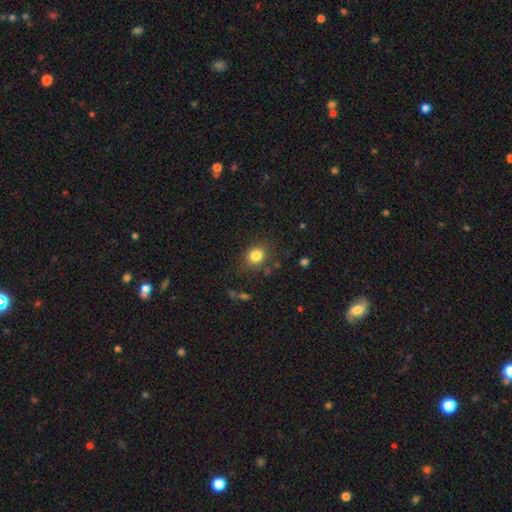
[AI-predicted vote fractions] Smooth or featured: smooth — 83% (star or artifact — 11%)
How rounded: round — 61% (in between — 38%)
Merging: none — 82% (minor disturbance — 12%)